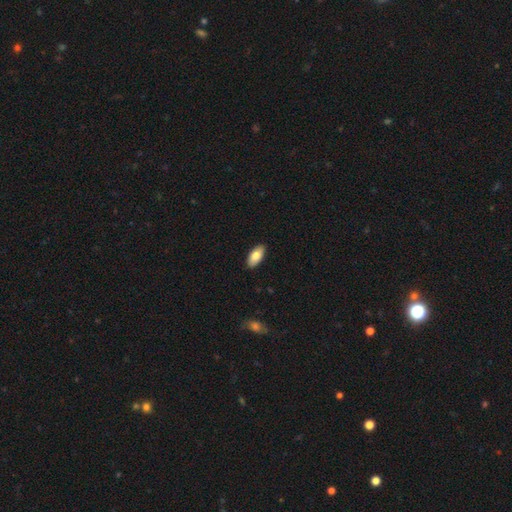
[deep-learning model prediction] A smooth galaxy with no disk features (83%) that is in between round and cigar-shaped (91%).

Vote fractions:
- Smooth or featured? smooth: 83% / featured or disk: 11% / star or artifact: 6%
- How rounded? in between: 91% / cigar-shaped: 7% / round: 2%
- Merging? none: 90% / minor disturbance: 8% / major disturbance: 2% / merger: 1%